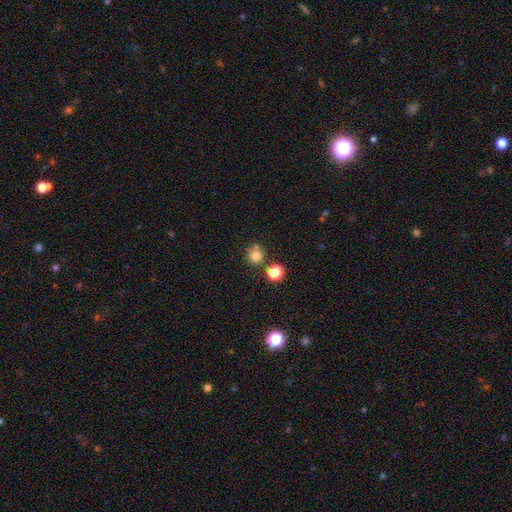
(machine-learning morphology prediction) smooth-or-featured: smooth: 79% | star or artifact: 15% | featured or disk: 6%
  how-rounded: round: 90% | in between: 9% | cigar-shaped: 1%
  merging: none: 69% | merger: 18% | minor disturbance: 10% | major disturbance: 3%